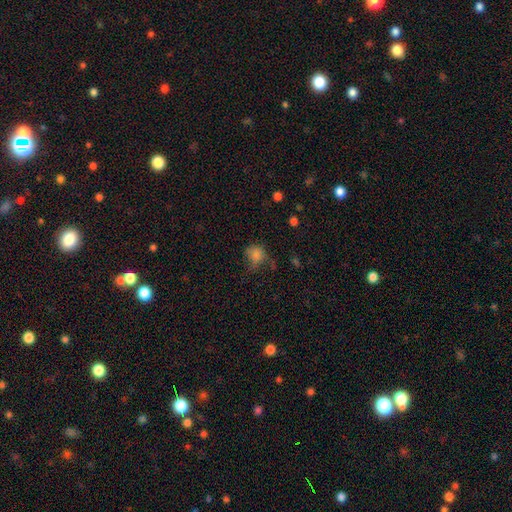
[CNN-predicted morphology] type=smooth (72%); roundness=round (69%); merging=none (44%).